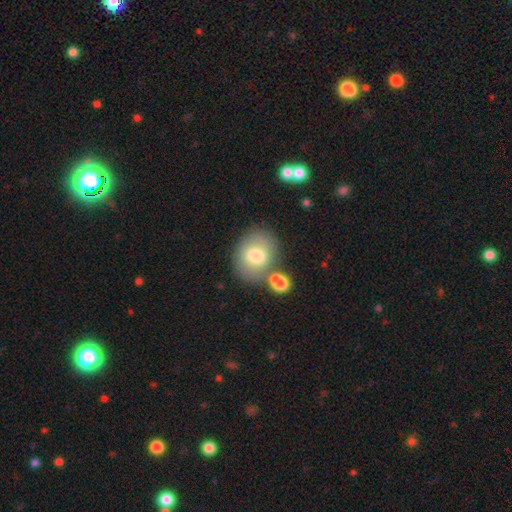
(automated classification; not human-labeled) A smooth galaxy with no disk features (70%) that is in between round and cigar-shaped (52%). Merging: none (60%).